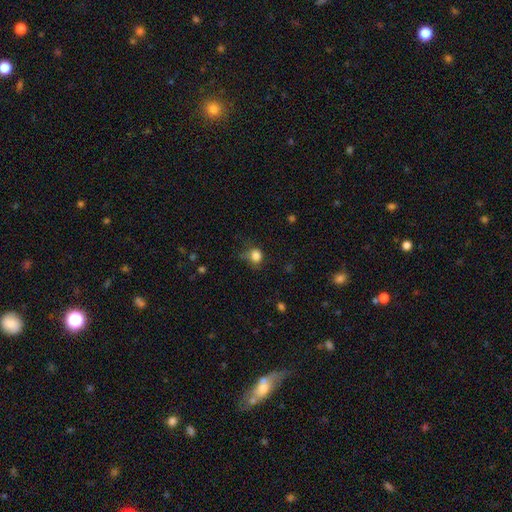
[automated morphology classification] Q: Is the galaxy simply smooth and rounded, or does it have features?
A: smooth — 83%.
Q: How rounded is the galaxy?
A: round — 72%.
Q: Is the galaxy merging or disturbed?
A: none — 53%.